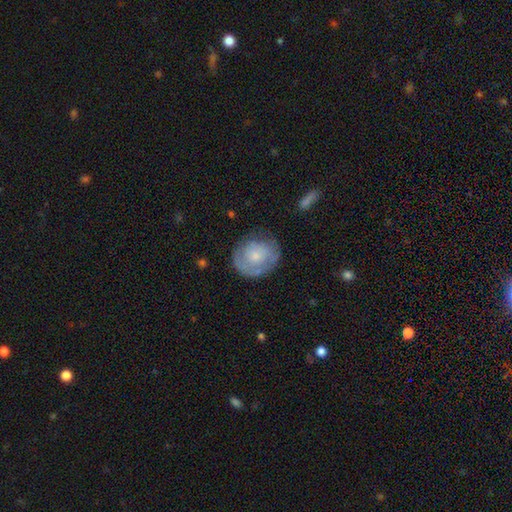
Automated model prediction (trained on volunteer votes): This appears to be a smooth galaxy with no disk features (48%). Merging: none (65%).